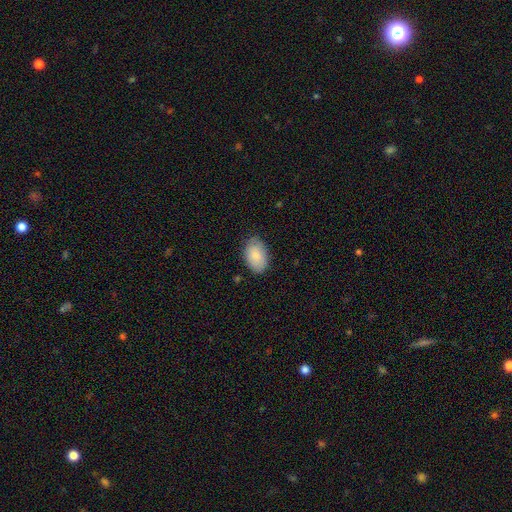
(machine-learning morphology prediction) smooth_or_featured: smooth (p=0.83) [alt: featured or disk p=0.11]
how_rounded: in between (p=0.90) [alt: round p=0.09]
merging: none (p=0.79) [alt: minor disturbance p=0.17]